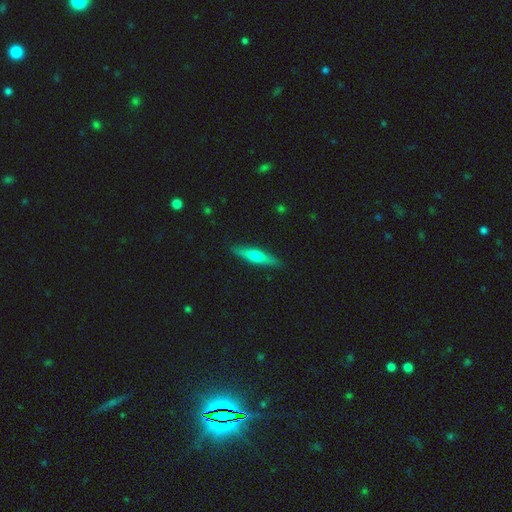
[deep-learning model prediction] Morphology: type=featured or disk (48%); merging=none (90%).